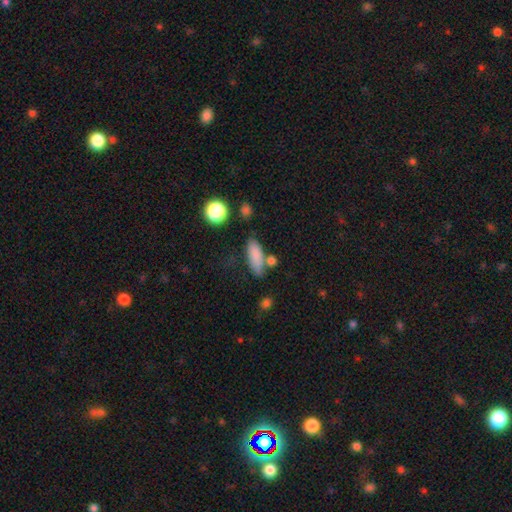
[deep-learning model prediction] Morphology: type=smooth (82%); roundness=in between (69%); merging=none (64%).